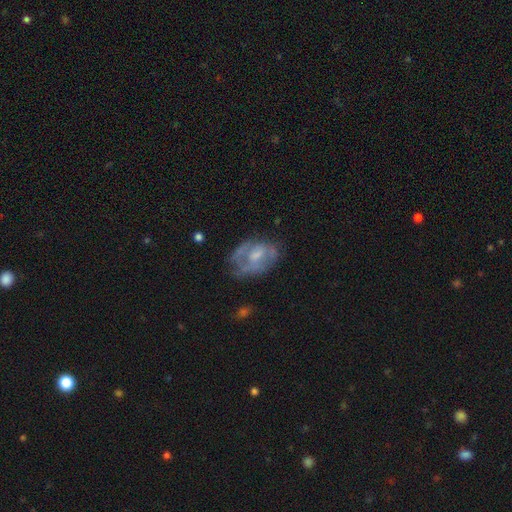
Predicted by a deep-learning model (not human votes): This appears to be a featured or disk galaxy (63%) with no bar (58%), spiral arms (50%, tied with no) and a moderate central bulge (43%). Merging: none (49%).